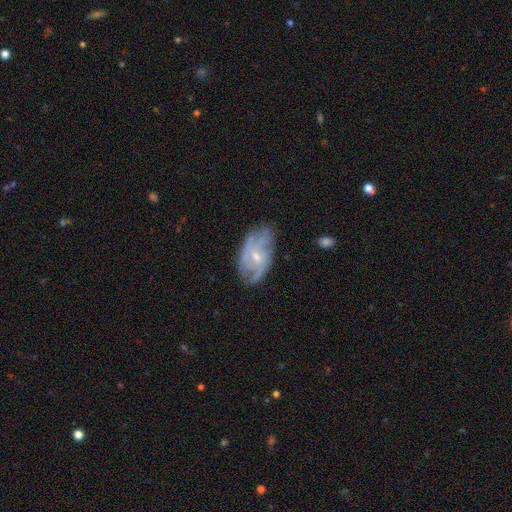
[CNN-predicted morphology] Smooth or featured? Predicted: featured or disk (p=0.75). Edge-on disk? Predicted: no (p=0.94). Bar? Predicted: no (p=0.58). Spiral arms? Predicted: yes (p=0.85). Spiral winding? Predicted: medium (p=0.42). Spiral arm count? Predicted: can't tell (p=0.35). Bulge size? Predicted: small (p=0.53). Merging? Predicted: none (p=0.67).